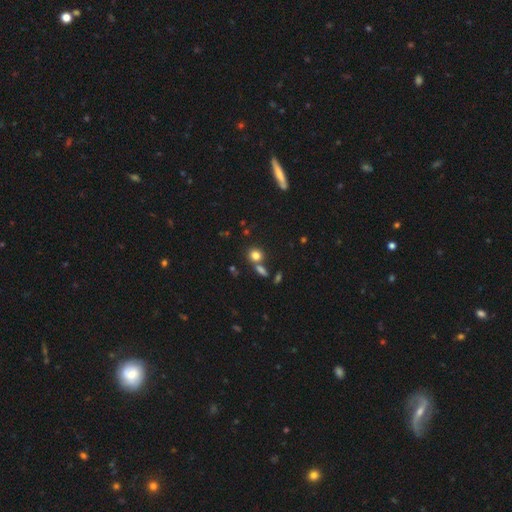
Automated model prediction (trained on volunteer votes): smooth_or_featured: smooth (p=0.79) [alt: star or artifact p=0.14]
how_rounded: round (p=0.78) [alt: in between p=0.20]
merging: none (p=0.64) [alt: merger p=0.23]